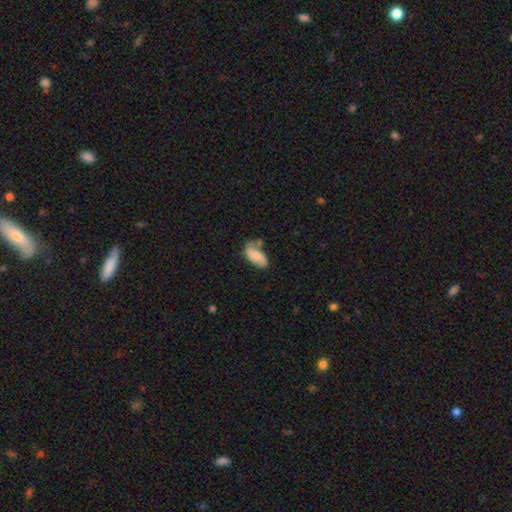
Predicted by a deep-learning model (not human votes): Smooth or featured? Predicted: smooth (p=0.56). How rounded? Predicted: in between (p=0.90). Merging? Predicted: none (p=0.47).